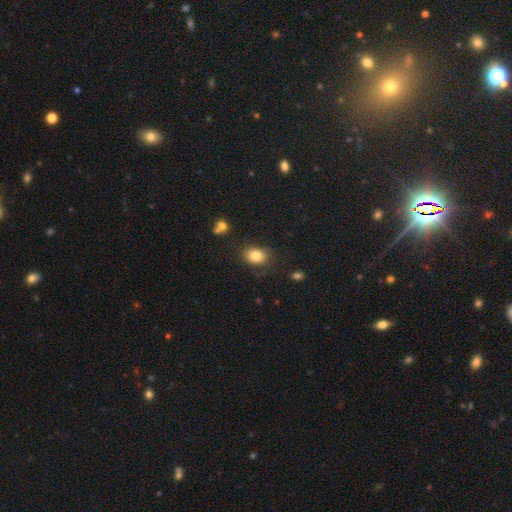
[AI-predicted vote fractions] smooth-or-featured: smooth: 83% | star or artifact: 10% | featured or disk: 7%
  how-rounded: in between: 65% | round: 34% | cigar-shaped: 1%
  merging: none: 82% | minor disturbance: 12% | major disturbance: 4% | merger: 2%